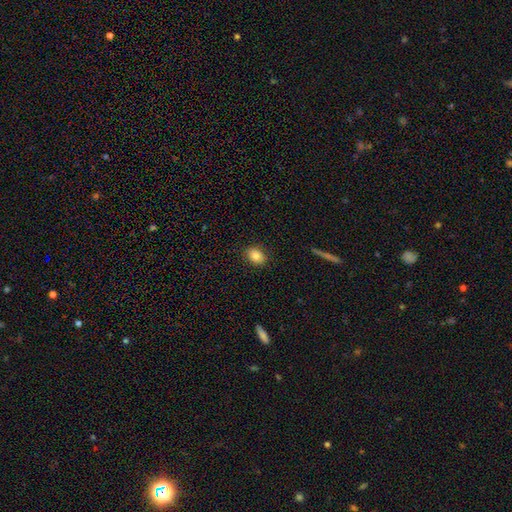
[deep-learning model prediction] Overall: smooth (83%). How rounded: in between (68%; round 31%). Merging: none (88%).